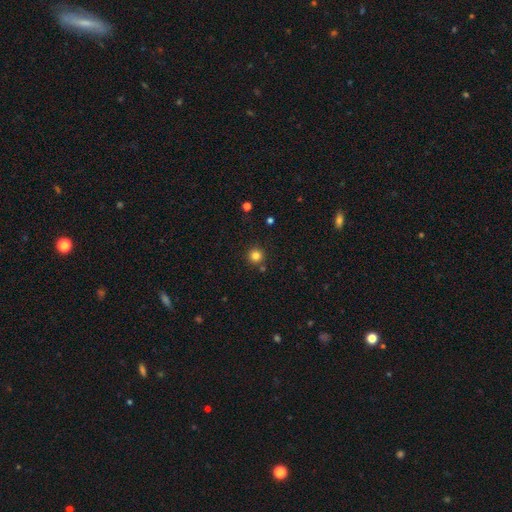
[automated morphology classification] Smooth or featured? smooth (82%)
How rounded? round (95%)
Merging? none (87%)